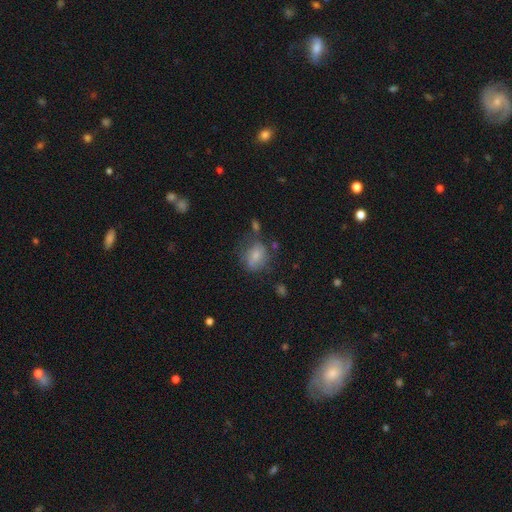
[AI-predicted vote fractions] This is likely a smooth galaxy (69%). How rounded: possibly round (50%). Merging: possibly none (53%).